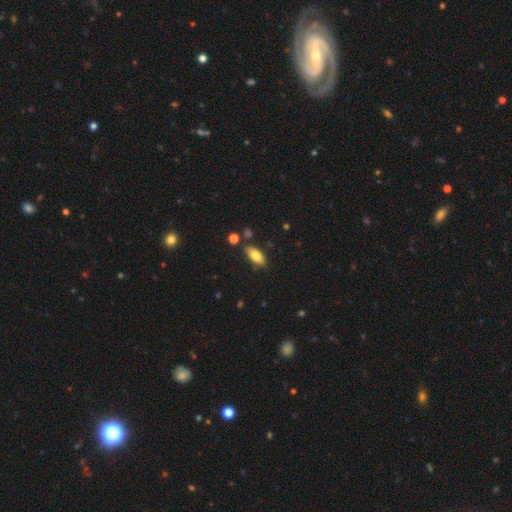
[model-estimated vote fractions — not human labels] This appears to be a smooth galaxy with no disk features (78%) that is in between round and cigar-shaped (87%). Merging: none (80%).